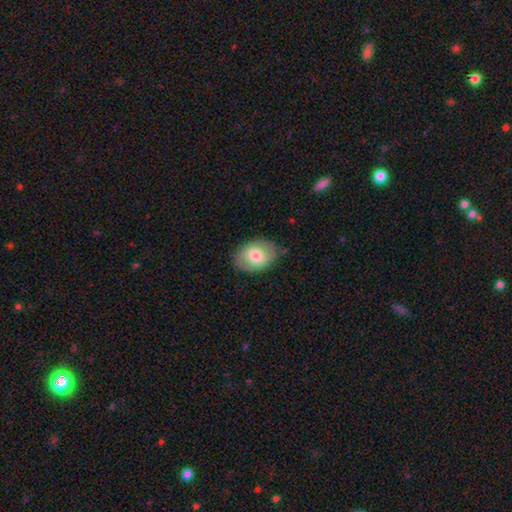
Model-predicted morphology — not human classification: type=smooth (74%); roundness=in between (77%); merging=none (80%).